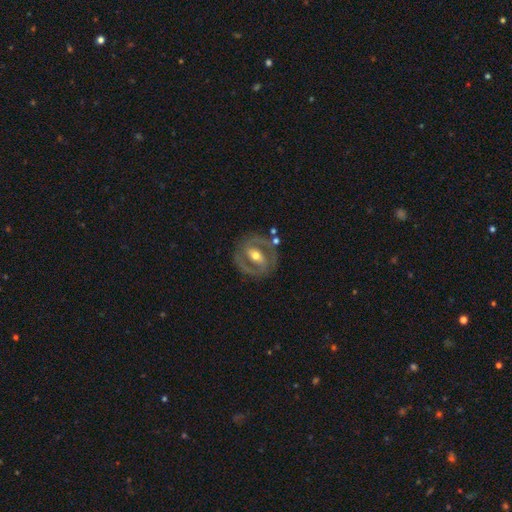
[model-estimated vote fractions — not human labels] This appears to be a featured or disk galaxy (79%) with a strong bar (42%), 2 (81%) tight (45%) spiral arms (71%) and a moderate central bulge (71%). Merging: none (76%).